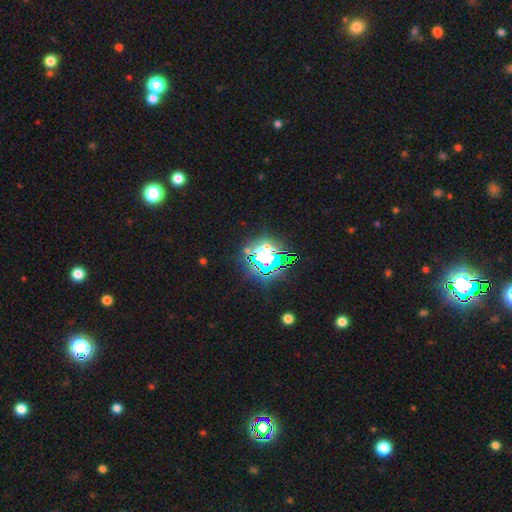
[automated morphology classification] A star or artifact, not a galaxy (75%).